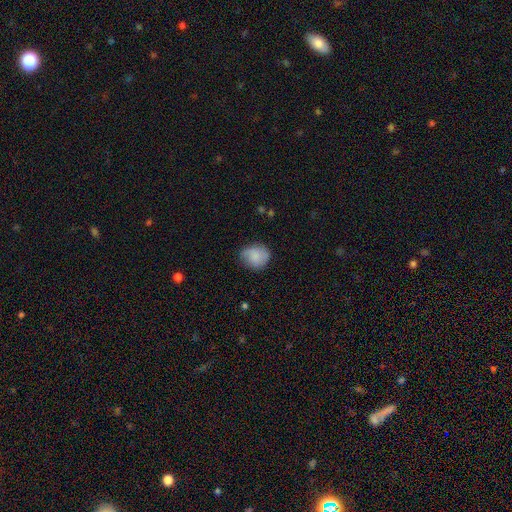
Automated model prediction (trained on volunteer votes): smooth-or-featured: smooth: 78% | featured or disk: 15% | star or artifact: 7%
  how-rounded: round: 73% | in between: 26% | cigar-shaped: 1%
  merging: none: 68% | minor disturbance: 25% | major disturbance: 6% | merger: 1%